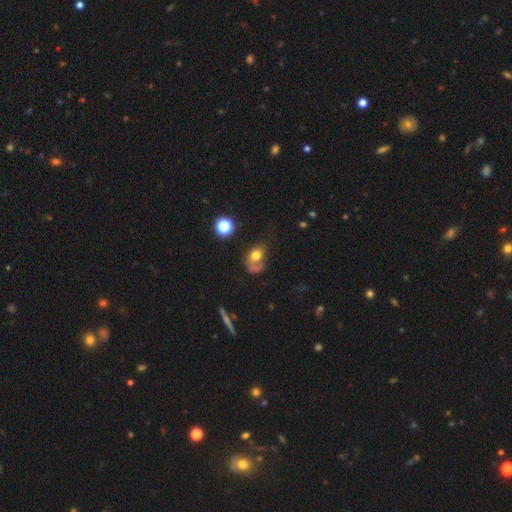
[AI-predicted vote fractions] Smooth or featured? smooth (64%)
How rounded? in between (60%)
Merging? major disturbance (34%)